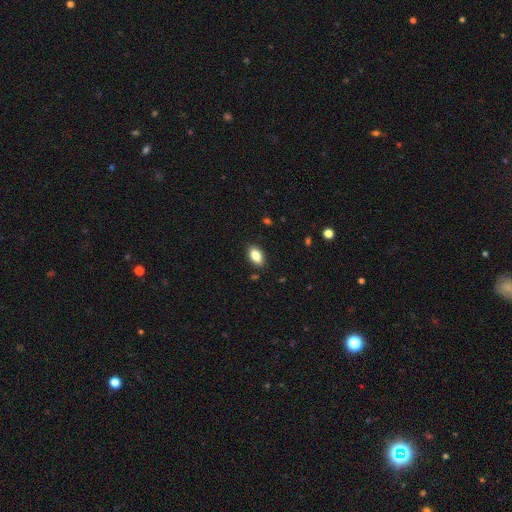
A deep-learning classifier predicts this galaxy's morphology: Overall: smooth (84%). How rounded: in between (91%). Merging: none (87%).